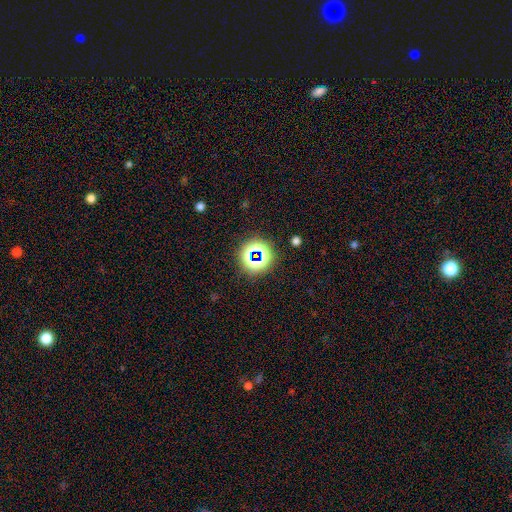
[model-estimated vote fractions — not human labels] smooth_or_featured: star or artifact (p=0.66) [alt: smooth p=0.24]